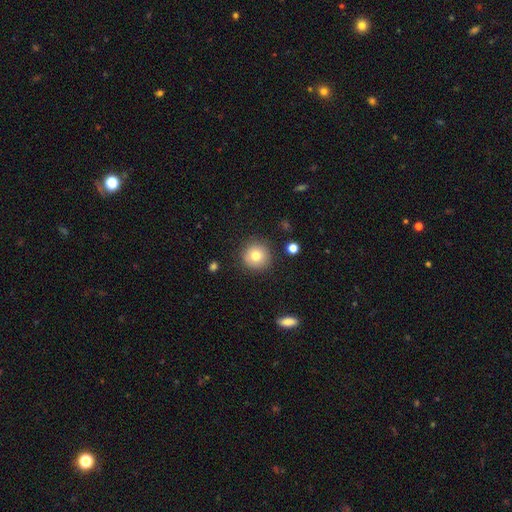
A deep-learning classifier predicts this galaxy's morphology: The model was most divided on "smooth or featured": smooth: 78%, featured or disk: 11%, star or artifact: 11%. More confident: how rounded — round (94%); merging — none (88%).